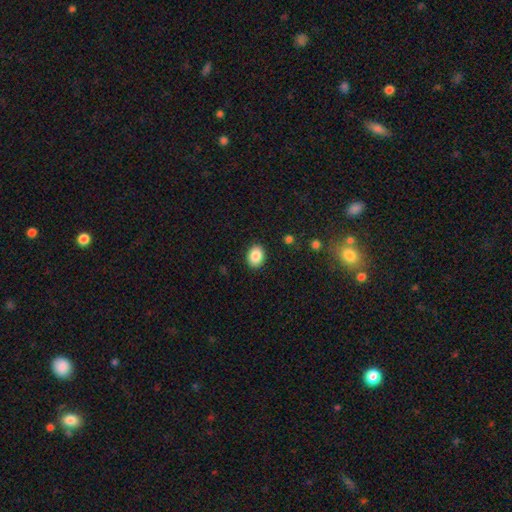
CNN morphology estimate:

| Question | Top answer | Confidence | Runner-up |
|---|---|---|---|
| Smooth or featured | smooth | 87% | star or artifact (8%) |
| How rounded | in between | 58% | round (41%) |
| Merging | none | 90% | minor disturbance (7%) |